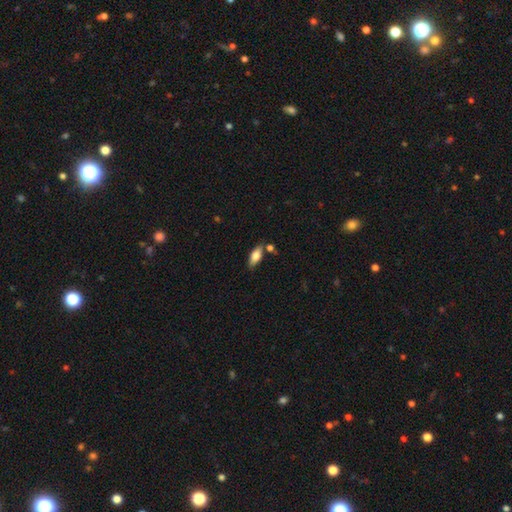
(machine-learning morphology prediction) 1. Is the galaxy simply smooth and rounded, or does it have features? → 77% smooth, 16% featured or disk, 7% star or artifact.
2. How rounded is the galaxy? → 83% in between, 15% cigar-shaped, 2% round.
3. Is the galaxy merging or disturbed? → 73% none, 15% minor disturbance, 9% merger, 3% major disturbance.